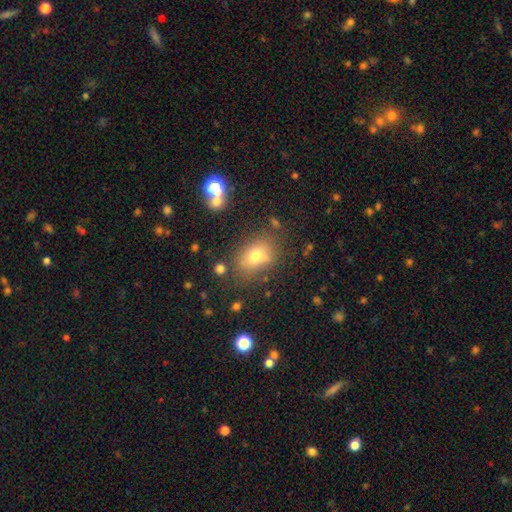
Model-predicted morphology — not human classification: A smooth galaxy with no disk features (68%) that is in between round and cigar-shaped (62%).

Vote fractions:
- Smooth or featured? smooth: 68% / featured or disk: 17% / star or artifact: 14%
- How rounded? in between: 62% / round: 36% / cigar-shaped: 2%
- Merging? none: 68% / minor disturbance: 18% / major disturbance: 8% / merger: 6%